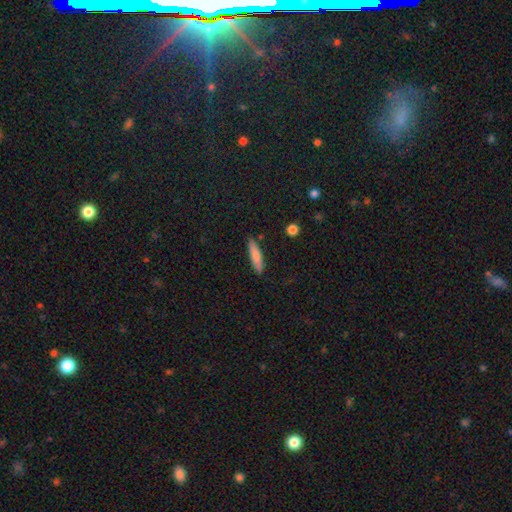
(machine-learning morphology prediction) Q: Smooth or featured?
A: smooth (76%); runner-up: featured or disk (17%)
Q: How rounded?
A: cigar-shaped (81%); runner-up: in between (18%)
Q: Merging?
A: none (86%); runner-up: minor disturbance (10%)